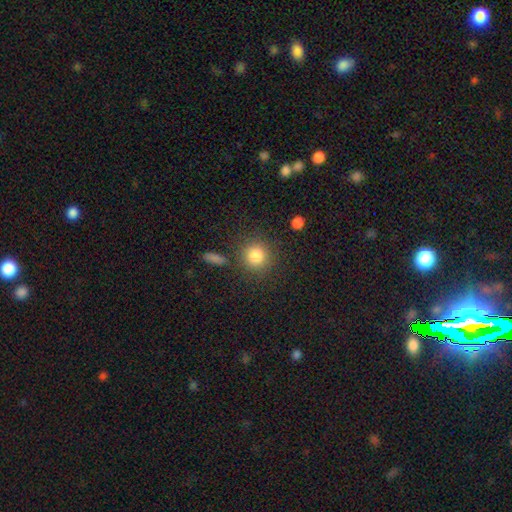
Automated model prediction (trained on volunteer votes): Morphology: type=smooth (84%); roundness=round (88%); merging=none (82%).